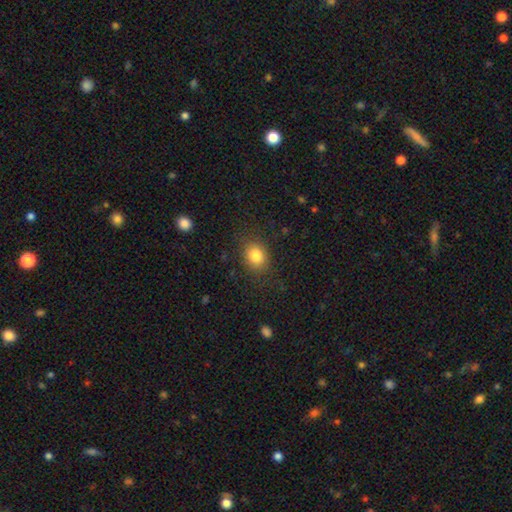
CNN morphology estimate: This appears to be a smooth galaxy with no disk features (84%) that is round (56%). Merging: none (82%).